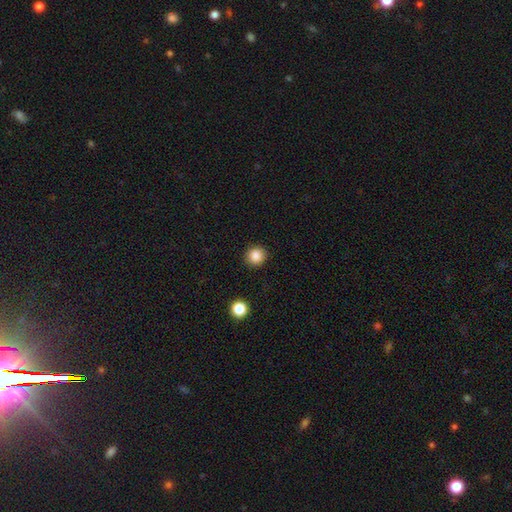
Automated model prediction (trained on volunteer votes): smooth_or_featured: smooth (p=0.86) [alt: star or artifact p=0.10]
how_rounded: round (p=0.89) [alt: in between p=0.10]
merging: none (p=0.91) [alt: minor disturbance p=0.06]